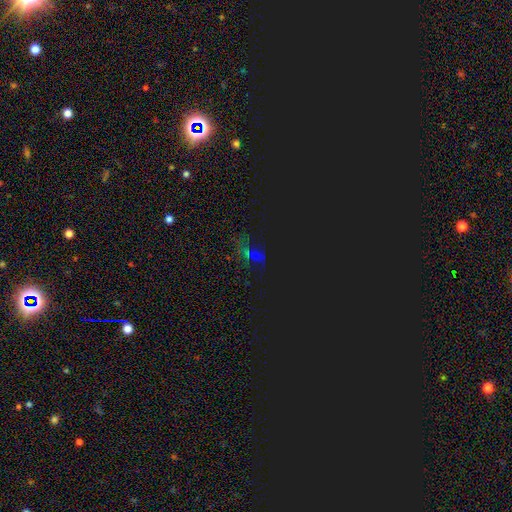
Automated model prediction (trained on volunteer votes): Smooth or featured? star or artifact (70%)